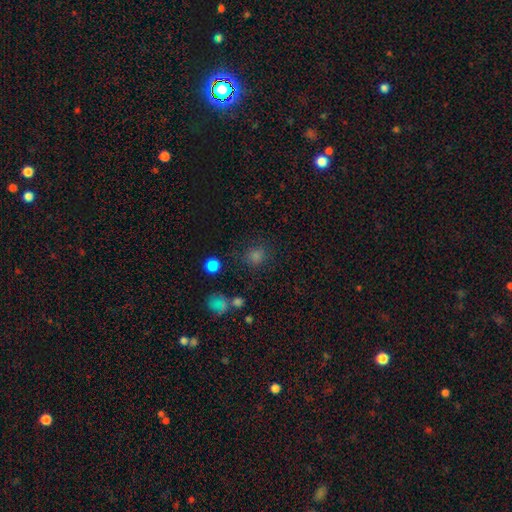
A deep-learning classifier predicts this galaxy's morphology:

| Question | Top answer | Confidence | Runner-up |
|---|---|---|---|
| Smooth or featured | smooth | 67% | star or artifact (27%) |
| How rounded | round | 85% | in between (14%) |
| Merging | none | 80% | minor disturbance (11%) |